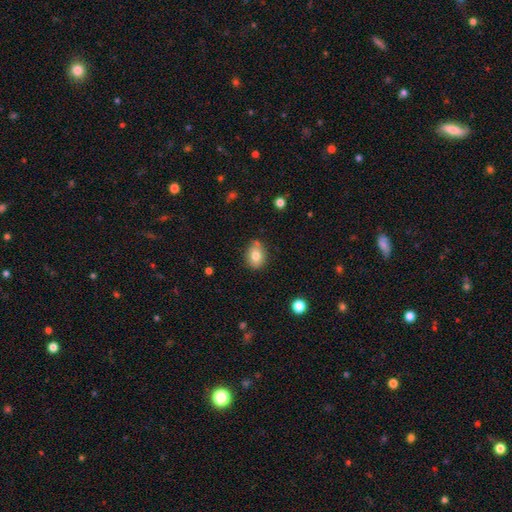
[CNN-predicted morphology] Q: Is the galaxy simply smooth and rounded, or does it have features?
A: smooth — 79%.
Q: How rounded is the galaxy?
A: in between — 61%.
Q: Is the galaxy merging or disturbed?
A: none — 74%.